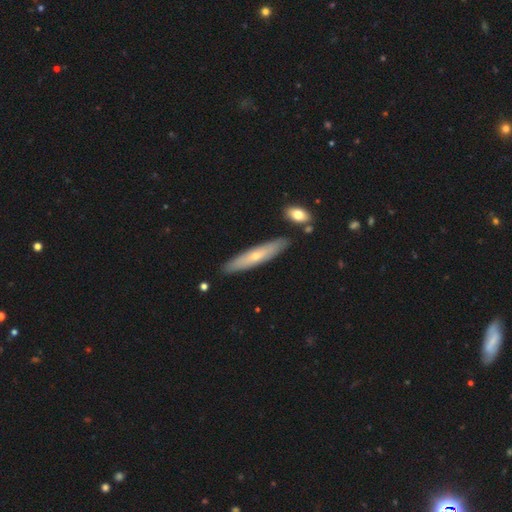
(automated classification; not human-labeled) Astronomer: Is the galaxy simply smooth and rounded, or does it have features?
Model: smooth — 48% (runner-up: featured or disk, 46%).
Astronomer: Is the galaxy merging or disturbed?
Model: none — 87%.